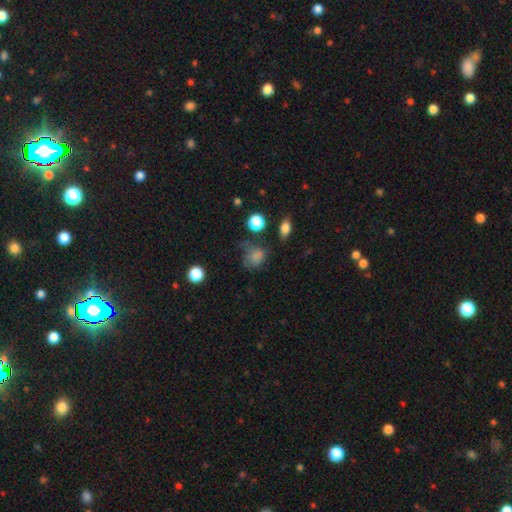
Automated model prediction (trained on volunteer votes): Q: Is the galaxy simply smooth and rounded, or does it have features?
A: smooth — 77%.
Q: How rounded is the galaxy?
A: round — 60%.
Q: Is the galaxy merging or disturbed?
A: none — 43%.